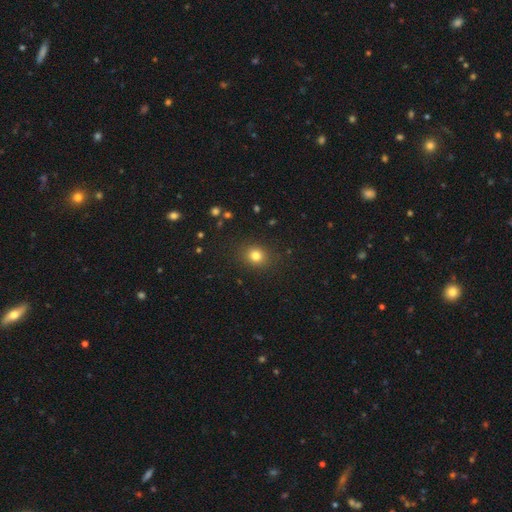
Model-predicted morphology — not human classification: This is clearly a smooth galaxy (80%). How rounded: likely round (75%). Merging: clearly none (88%).